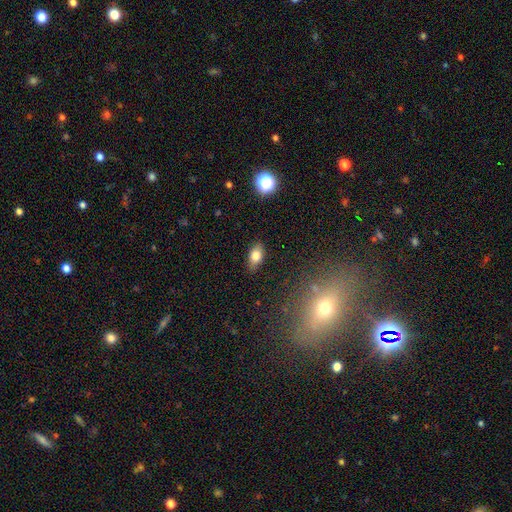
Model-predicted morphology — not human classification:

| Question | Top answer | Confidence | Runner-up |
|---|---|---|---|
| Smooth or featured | smooth | 78% | featured or disk (12%) |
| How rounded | in between | 88% | round (8%) |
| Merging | none | 84% | minor disturbance (12%) |